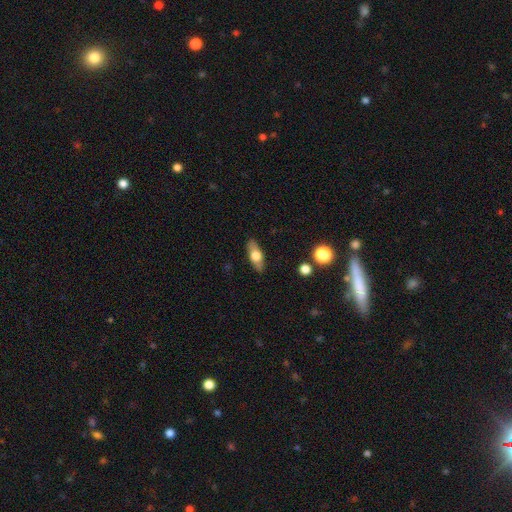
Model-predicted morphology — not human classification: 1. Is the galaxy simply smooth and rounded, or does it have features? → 58% smooth, 36% featured or disk, 7% star or artifact.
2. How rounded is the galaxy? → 70% in between, 25% cigar-shaped, 5% round.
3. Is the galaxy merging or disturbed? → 87% none, 10% minor disturbance, 2% major disturbance, 1% merger.